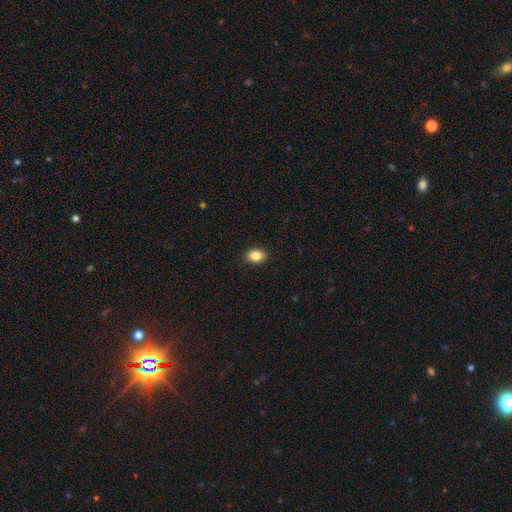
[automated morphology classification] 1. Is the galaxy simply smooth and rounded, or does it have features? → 85% smooth, 9% star or artifact, 6% featured or disk.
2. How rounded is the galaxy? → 76% in between, 23% round, 1% cigar-shaped.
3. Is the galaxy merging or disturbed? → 90% none, 8% minor disturbance, 2% major disturbance, 1% merger.